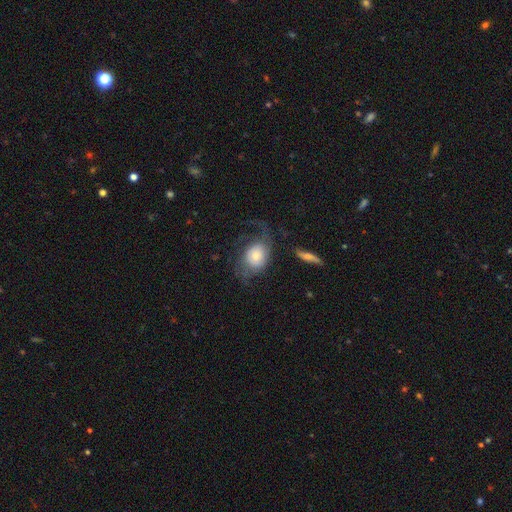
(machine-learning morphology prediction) Q: Smooth or featured?
A: featured or disk (47%); runner-up: smooth (46%)
Q: Merging?
A: major disturbance (42%); runner-up: none (36%)